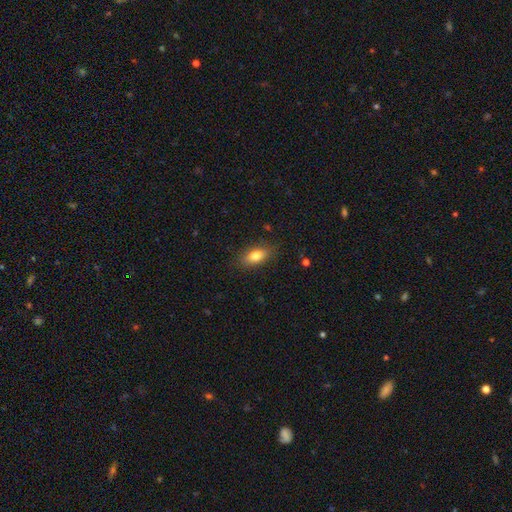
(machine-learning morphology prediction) Overall: smooth (78%). How rounded: in between (83%). Merging: none (84%).